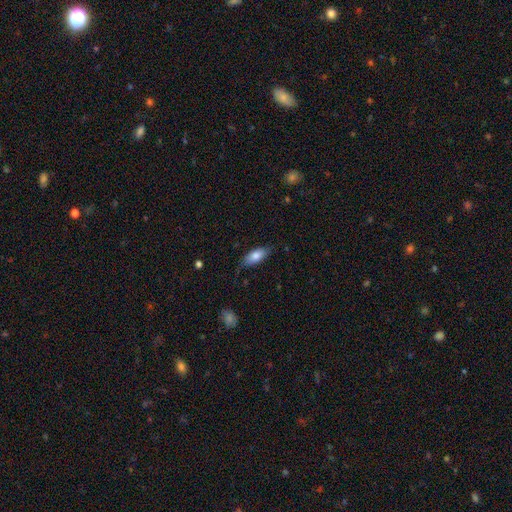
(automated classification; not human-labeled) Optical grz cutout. It shows a smooth galaxy with no disk features (79%) that is in between round and cigar-shaped (82%). Merging: none (73%).